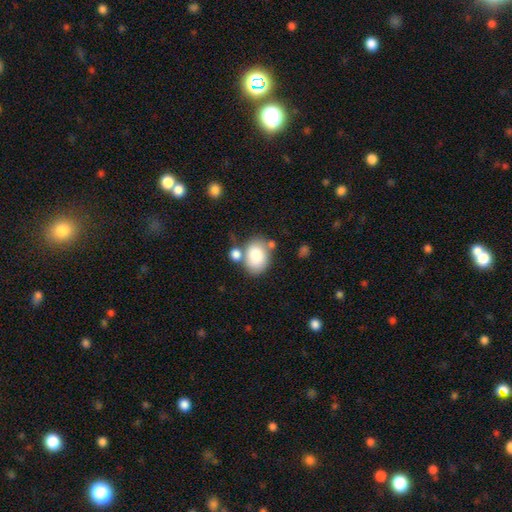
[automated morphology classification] Q: Smooth or featured?
A: smooth (84%); runner-up: featured or disk (9%)
Q: How rounded?
A: in between (73%); runner-up: round (26%)
Q: Merging?
A: none (53%); runner-up: merger (26%)